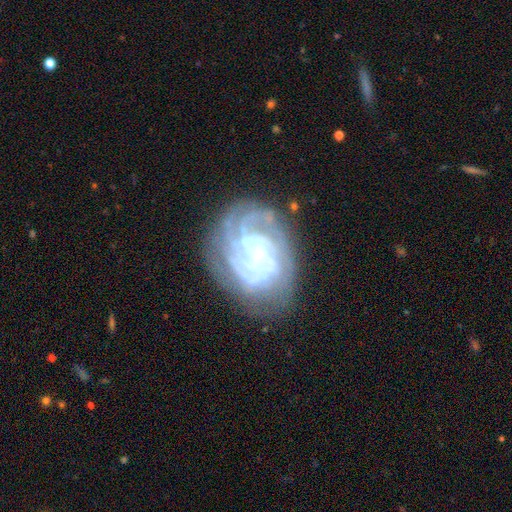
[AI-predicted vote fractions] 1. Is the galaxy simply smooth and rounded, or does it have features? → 82% featured or disk, 10% smooth, 8% star or artifact.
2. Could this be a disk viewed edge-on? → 97% no, 3% yes.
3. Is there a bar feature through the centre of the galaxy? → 41% no, 38% weak, 21% strong.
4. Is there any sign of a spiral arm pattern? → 93% yes, 7% no.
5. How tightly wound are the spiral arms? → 71% tight, 23% medium, 5% loose.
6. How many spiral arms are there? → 34% can't tell, 18% 4, 18% 3, 12% 2, 11% more than 4, 7% 1.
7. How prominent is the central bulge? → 36% small, 33% none, 21% moderate, 8% large, 2% dominant.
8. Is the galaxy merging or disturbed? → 68% none, 19% minor disturbance, 11% major disturbance, 2% merger.